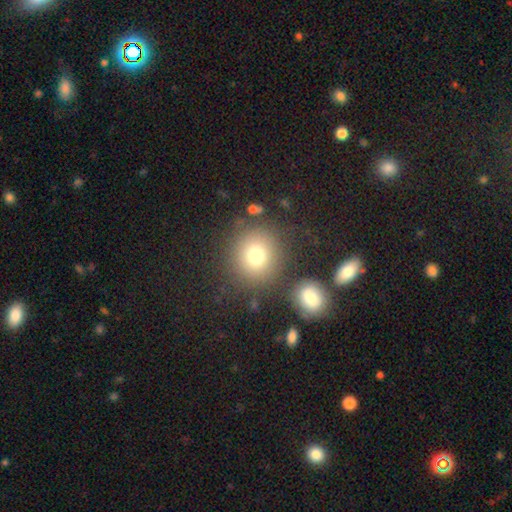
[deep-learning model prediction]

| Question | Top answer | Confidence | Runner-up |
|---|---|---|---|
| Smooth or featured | smooth | 76% | star or artifact (13%) |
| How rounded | round | 88% | in between (11%) |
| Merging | none | 79% | minor disturbance (9%) |